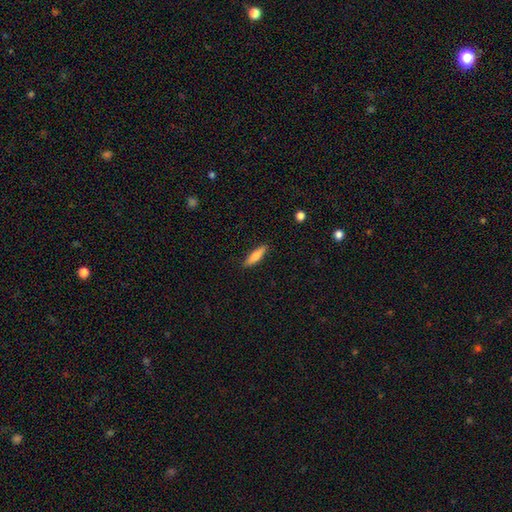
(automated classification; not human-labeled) smooth_or_featured: smooth (p=0.64) [alt: featured or disk p=0.29]
how_rounded: cigar-shaped (p=0.72) [alt: in between p=0.26]
merging: none (p=0.88) [alt: minor disturbance p=0.09]